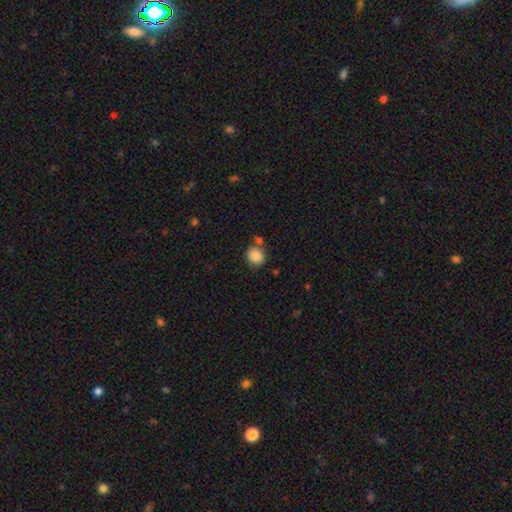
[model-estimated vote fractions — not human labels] smooth_or_featured: smooth (p=0.86) [alt: star or artifact p=0.09]
how_rounded: round (p=0.81) [alt: in between p=0.19]
merging: none (p=0.68) [alt: merger p=0.15]